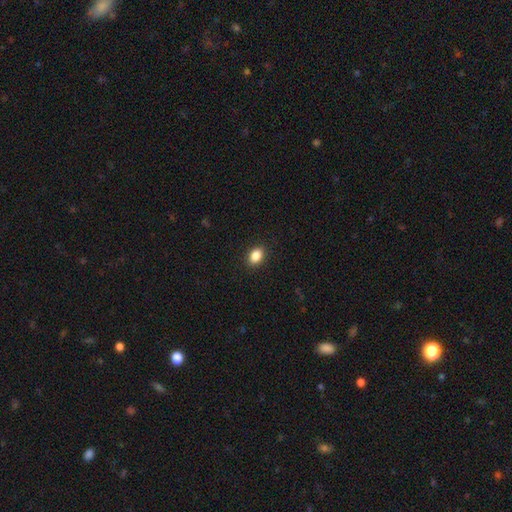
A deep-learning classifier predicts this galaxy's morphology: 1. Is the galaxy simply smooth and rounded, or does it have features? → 86% smooth, 9% star or artifact, 5% featured or disk.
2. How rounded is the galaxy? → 80% in between, 18% round, 1% cigar-shaped.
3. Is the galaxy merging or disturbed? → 90% none, 7% minor disturbance, 2% major disturbance, 1% merger.